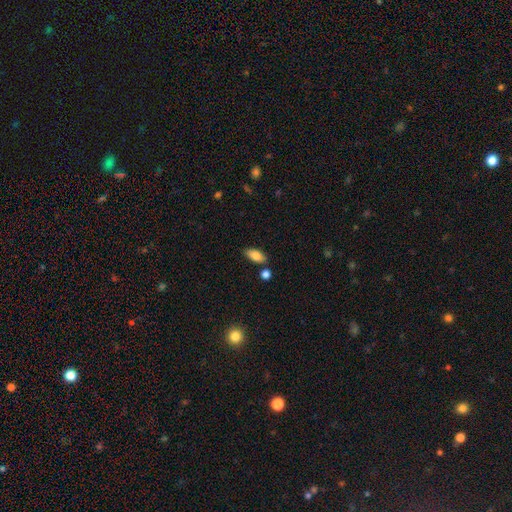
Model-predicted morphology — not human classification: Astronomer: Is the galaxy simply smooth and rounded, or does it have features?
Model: smooth — 81%.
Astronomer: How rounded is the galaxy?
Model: in between — 87%.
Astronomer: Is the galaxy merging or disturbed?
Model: none — 79%.